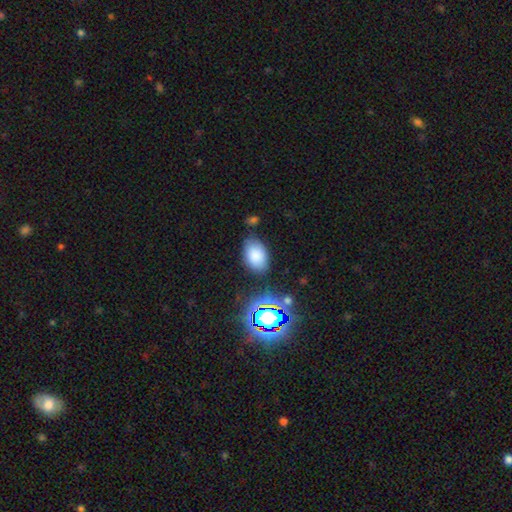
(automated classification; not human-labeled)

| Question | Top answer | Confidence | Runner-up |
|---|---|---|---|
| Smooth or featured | smooth | 79% | star or artifact (13%) |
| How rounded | in between | 87% | round (12%) |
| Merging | none | 76% | minor disturbance (16%) |